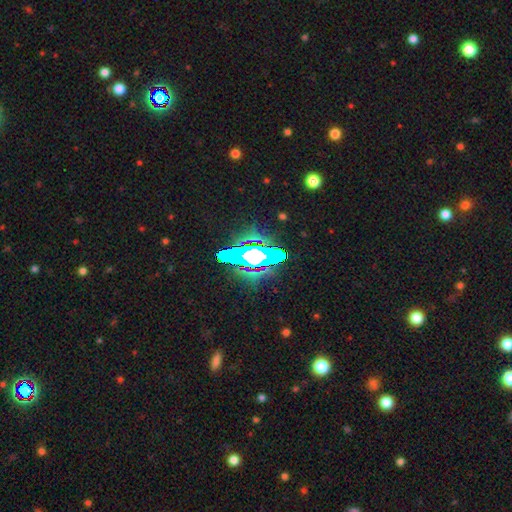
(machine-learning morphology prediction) This appears to be a star or artifact, not a galaxy (53%).